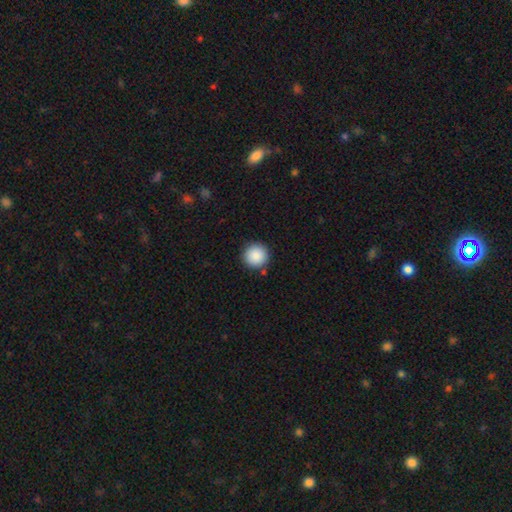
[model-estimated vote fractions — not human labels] smooth_or_featured: smooth (p=0.89) [alt: star or artifact p=0.08]
how_rounded: round (p=0.96) [alt: in between p=0.03]
merging: none (p=0.88) [alt: minor disturbance p=0.07]